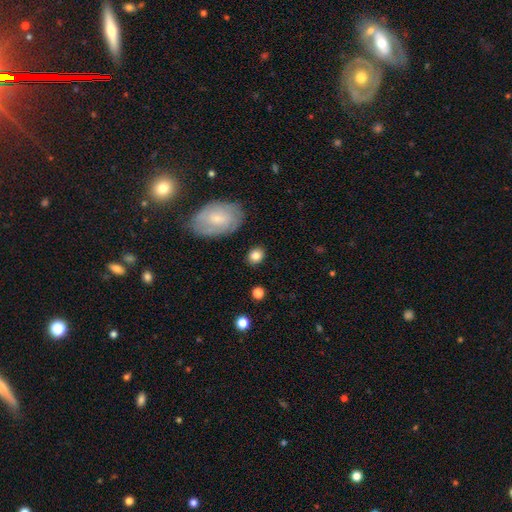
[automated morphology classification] A smooth galaxy with no disk features (82%) that is round (51%). Merging: none (85%).